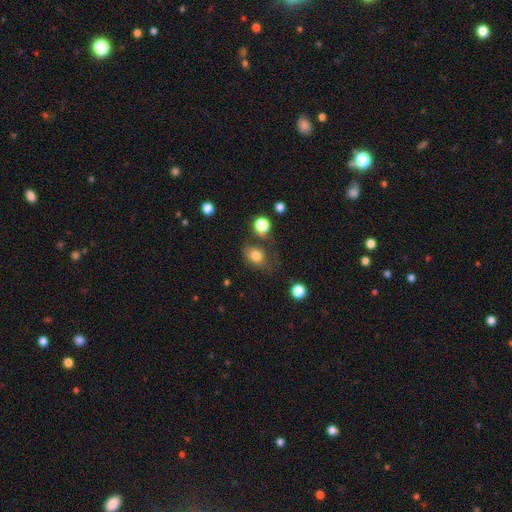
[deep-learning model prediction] smooth 79%, star or artifact 11%, featured or disk 10%. Down the decision tree: how rounded — in between (66%); merging — none (64%).